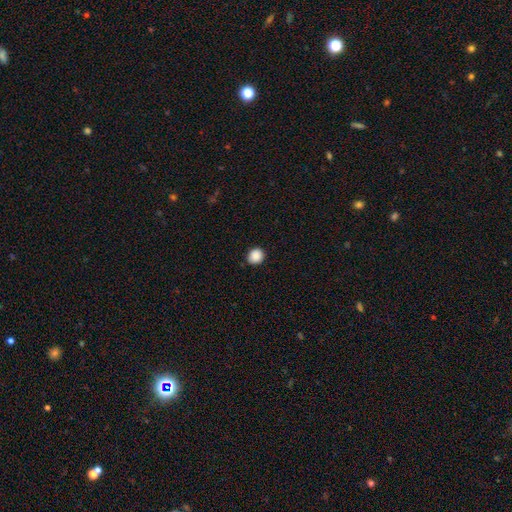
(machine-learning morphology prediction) Q: Smooth or featured?
A: smooth (89%); runner-up: star or artifact (9%)
Q: How rounded?
A: round (81%); runner-up: in between (19%)
Q: Merging?
A: none (88%); runner-up: minor disturbance (9%)